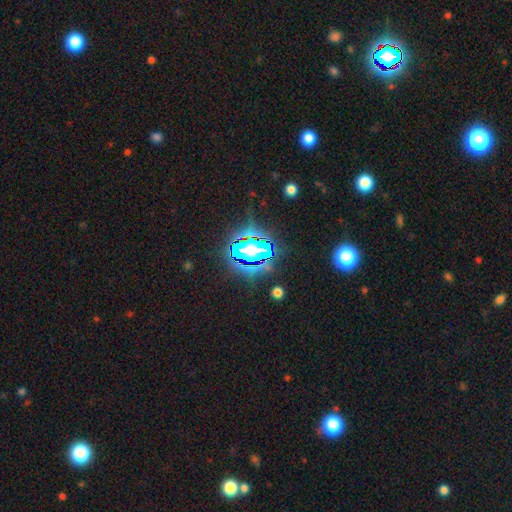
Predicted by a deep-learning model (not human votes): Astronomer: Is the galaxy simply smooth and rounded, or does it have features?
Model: star or artifact — 81%.